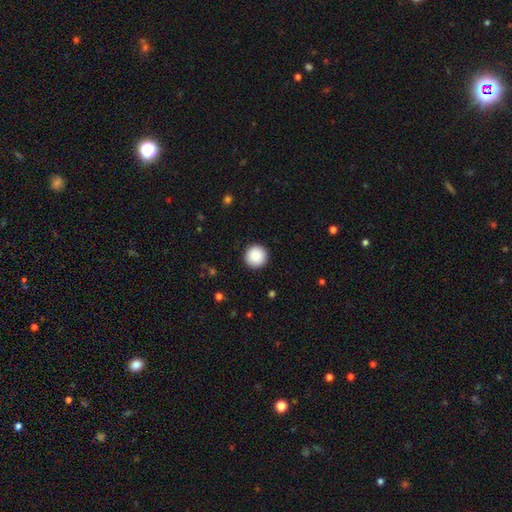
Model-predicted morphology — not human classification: This appears to be a smooth galaxy with no disk features (89%) that is round (97%). Merging: none (93%).